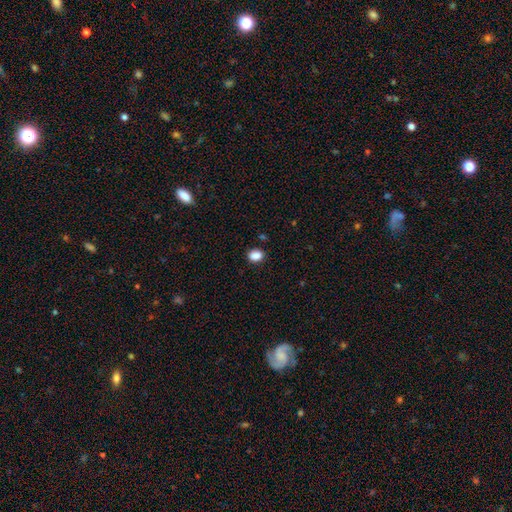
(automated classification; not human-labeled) smooth-or-featured: smooth: 87% | star or artifact: 10% | featured or disk: 3%
  how-rounded: in between: 65% | round: 34% | cigar-shaped: 1%
  merging: none: 85% | minor disturbance: 10% | major disturbance: 2% | merger: 2%